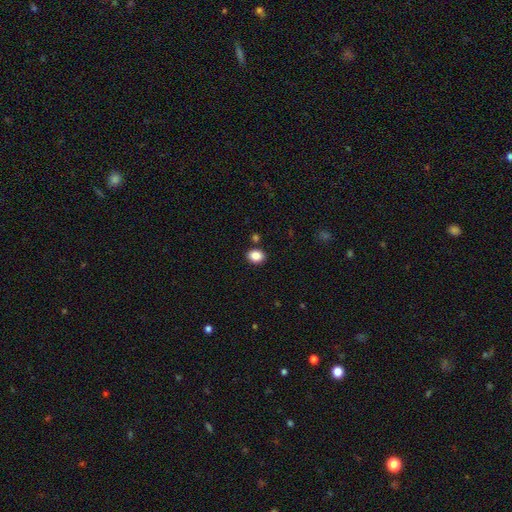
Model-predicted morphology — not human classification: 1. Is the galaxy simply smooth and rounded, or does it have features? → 87% smooth, 9% star or artifact, 4% featured or disk.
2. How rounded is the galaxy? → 54% in between, 45% round, 1% cigar-shaped.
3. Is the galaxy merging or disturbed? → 87% none, 8% minor disturbance, 4% merger, 2% major disturbance.